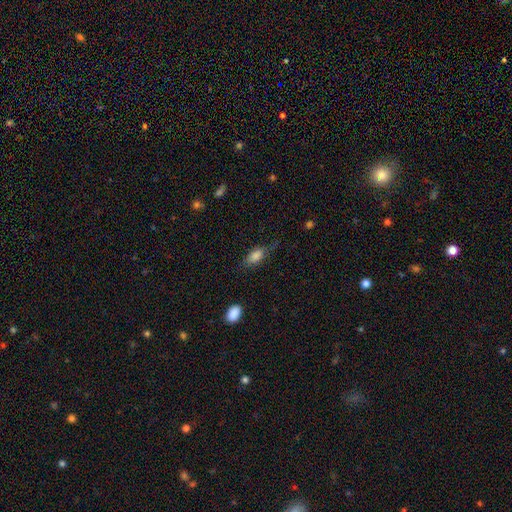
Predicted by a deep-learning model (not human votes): This is likely a smooth galaxy (75%). How rounded: clearly in between (82%). Merging: possibly none (58%).